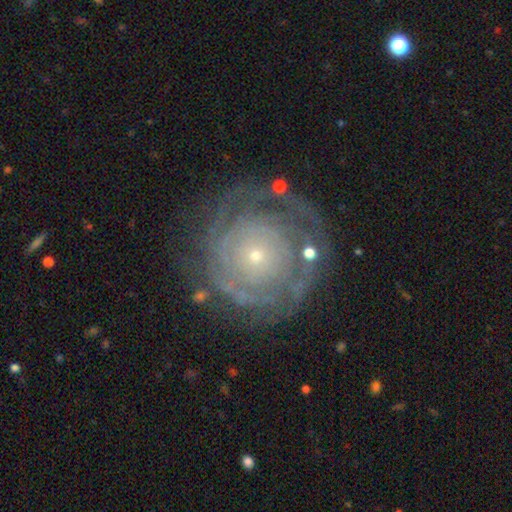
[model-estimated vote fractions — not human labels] This is likely a featured or disk galaxy (78%). It is clearly not viewed edge-on (97%). Bar: clearly no (88%). Spiral arm pattern: clearly yes (83%). Spiral arm count: marginally can't tell (45%). Spiral winding: clearly tight (83%). Central bulge: clearly small (83%). Merging: likely none (73%).